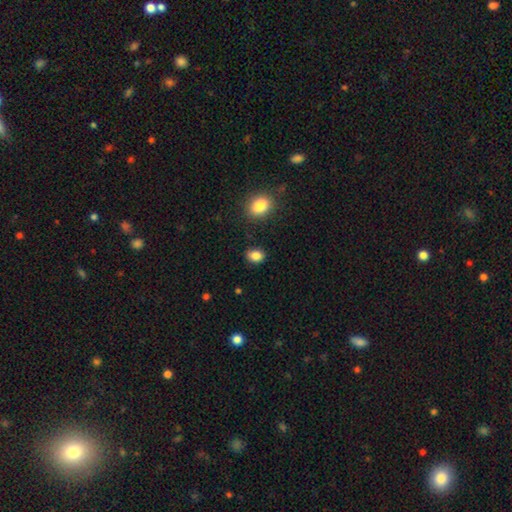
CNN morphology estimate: smooth 85%, star or artifact 10%, featured or disk 4%. Down the decision tree: how rounded — in between (59%); merging — none (81%).